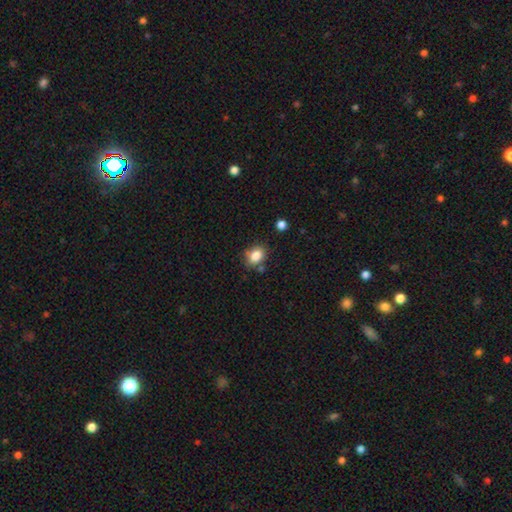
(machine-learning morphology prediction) type=smooth (84%); roundness=in between (61%); merging=none (73%).